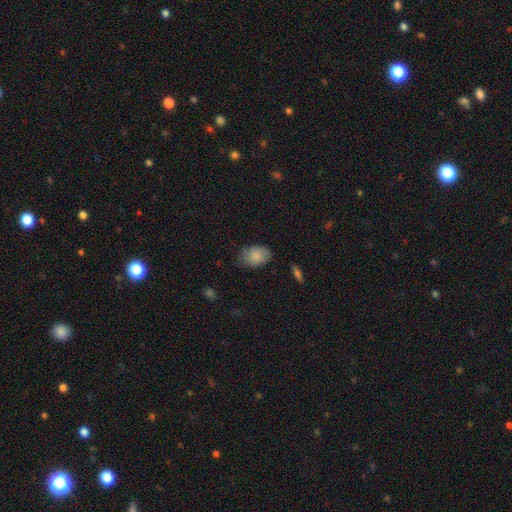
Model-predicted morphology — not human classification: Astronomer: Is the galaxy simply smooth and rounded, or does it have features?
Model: smooth — 86%.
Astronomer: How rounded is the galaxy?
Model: in between — 85%.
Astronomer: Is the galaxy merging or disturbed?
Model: none — 74%.